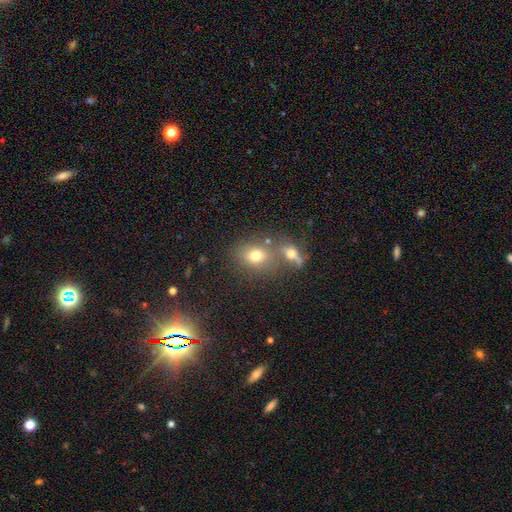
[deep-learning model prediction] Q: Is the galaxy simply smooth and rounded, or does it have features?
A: smooth — 71%.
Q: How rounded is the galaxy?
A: round — 56%.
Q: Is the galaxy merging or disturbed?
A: none — 55%.